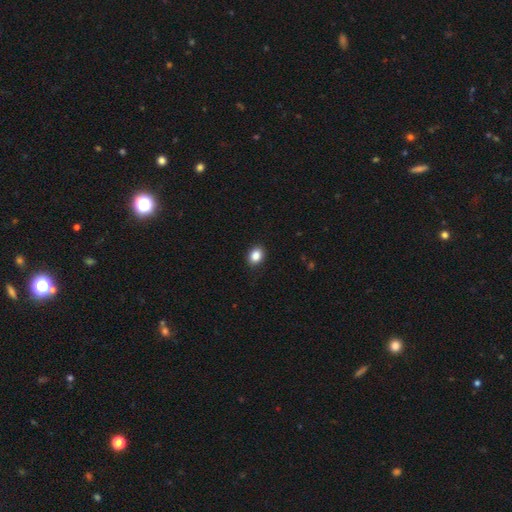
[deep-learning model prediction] The model was most divided on "how rounded": in between: 58%, round: 41%, cigar-shaped: 1%. More confident: merging — none (89%); smooth or featured — smooth (87%).